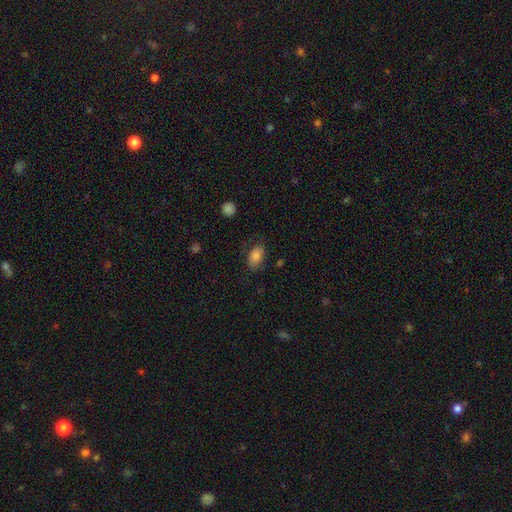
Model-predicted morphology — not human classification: Overall: smooth (82%). How rounded: in between (91%). Merging: none (69%).